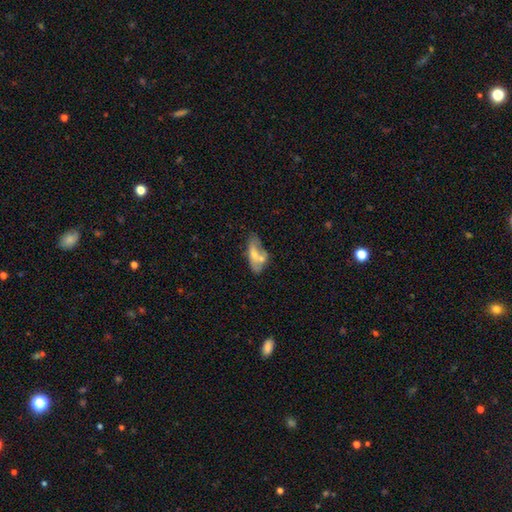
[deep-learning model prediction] A smooth galaxy with no disk features (54%) that is in between round and cigar-shaped (79%). Merging: merger (34%).